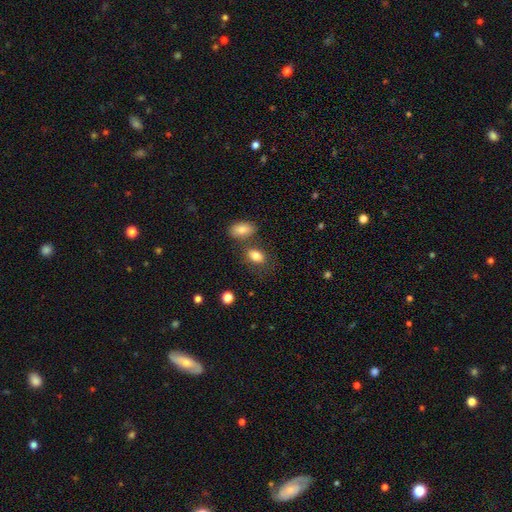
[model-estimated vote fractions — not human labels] smooth-or-featured: smooth: 82% | star or artifact: 9% | featured or disk: 9%
  how-rounded: in between: 85% | round: 13% | cigar-shaped: 2%
  merging: none: 61% | merger: 20% | minor disturbance: 14% | major disturbance: 5%